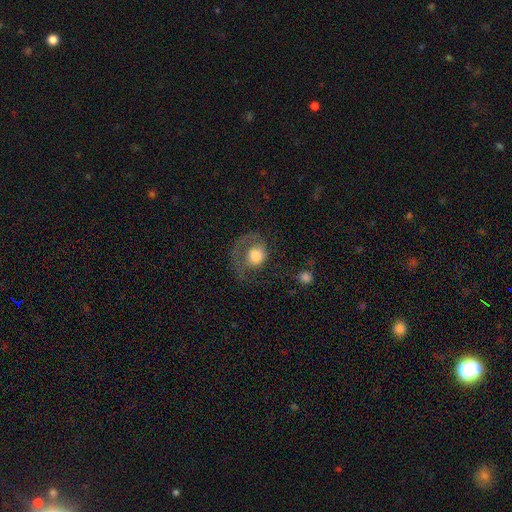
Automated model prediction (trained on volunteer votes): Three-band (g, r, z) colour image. It shows a smooth galaxy with no disk features (48%). Merging: major disturbance (41%).